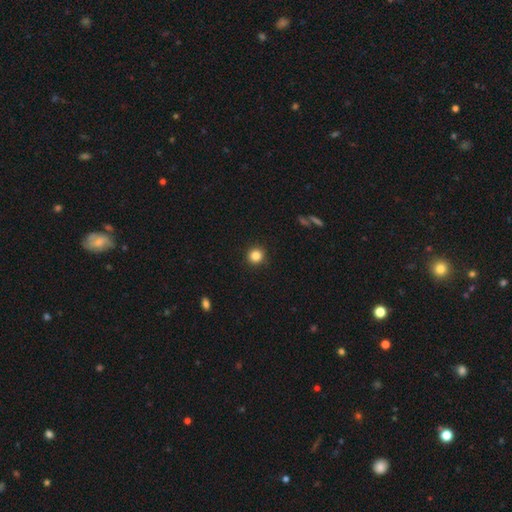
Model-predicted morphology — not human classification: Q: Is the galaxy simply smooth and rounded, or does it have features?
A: smooth — 85%.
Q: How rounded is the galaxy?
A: round — 93%.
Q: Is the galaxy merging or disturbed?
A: none — 92%.